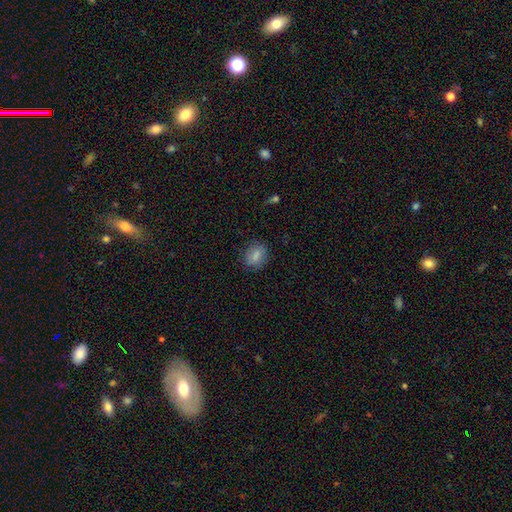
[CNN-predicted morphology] This is clearly a smooth galaxy (81%). How rounded: possibly round (51%). Merging: clearly none (81%).